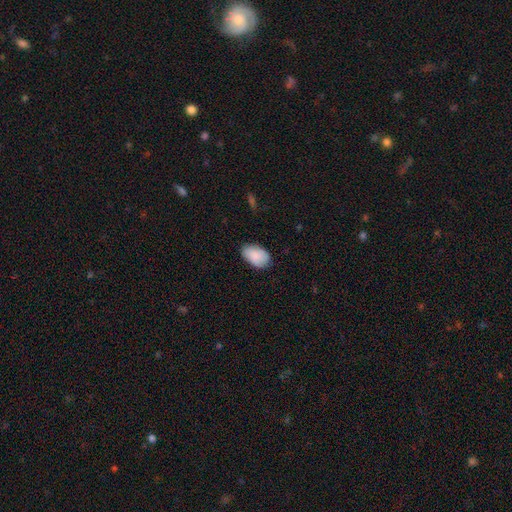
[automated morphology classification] smooth-or-featured: smooth: 88% | star or artifact: 6% | featured or disk: 6%
  how-rounded: in between: 91% | round: 8% | cigar-shaped: 1%
  merging: none: 78% | minor disturbance: 18% | major disturbance: 3% | merger: 1%